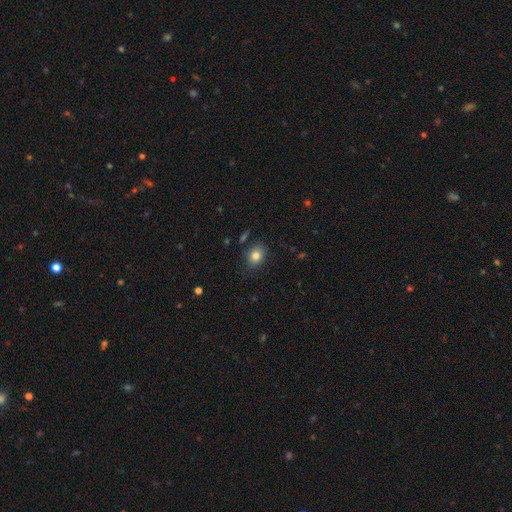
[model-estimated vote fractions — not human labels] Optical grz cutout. It shows a smooth galaxy with no disk features (81%) that is round (50%). Merging: none (81%).